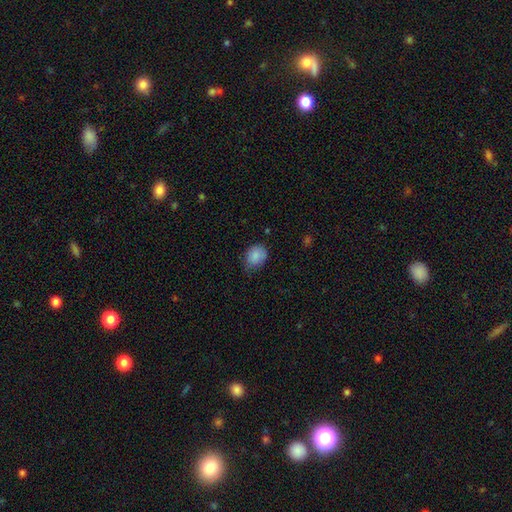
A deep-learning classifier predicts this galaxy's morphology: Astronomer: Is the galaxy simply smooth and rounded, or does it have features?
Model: smooth — 87%.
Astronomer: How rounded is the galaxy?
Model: in between — 52% (runner-up: round, 47%).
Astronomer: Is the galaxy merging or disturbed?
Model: none — 64%.